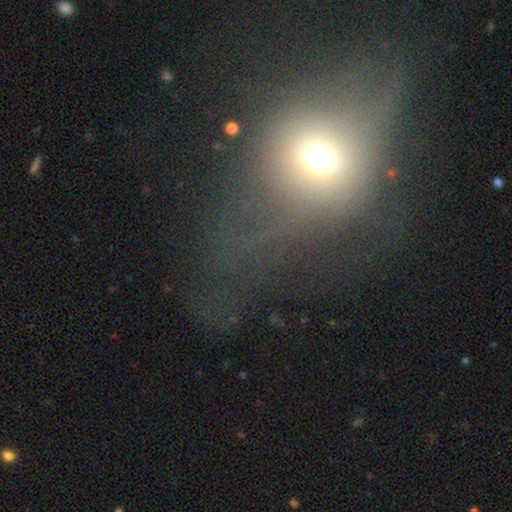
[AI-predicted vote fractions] A smooth galaxy with no disk features (41%). Merging: none (44%).